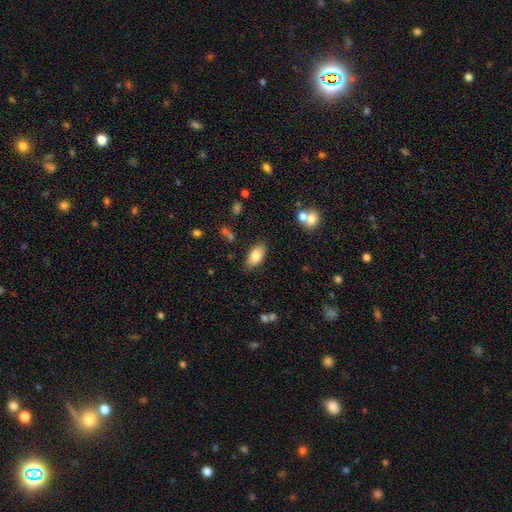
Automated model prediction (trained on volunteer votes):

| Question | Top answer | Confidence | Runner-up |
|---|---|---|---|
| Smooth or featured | smooth | 81% | featured or disk (12%) |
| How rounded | in between | 92% | cigar-shaped (5%) |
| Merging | none | 82% | minor disturbance (12%) |